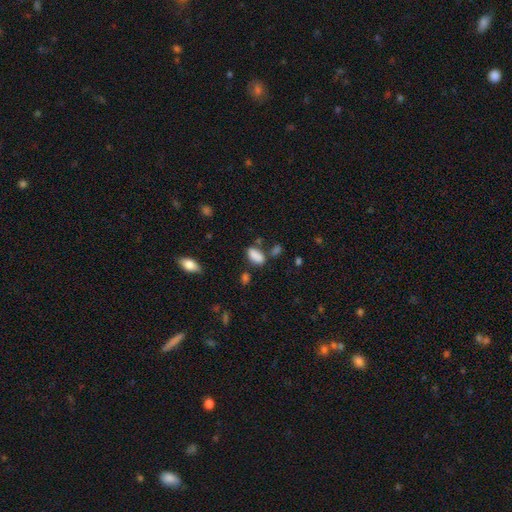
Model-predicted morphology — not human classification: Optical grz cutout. It shows a smooth galaxy with no disk features (85%) that is in between round and cigar-shaped (90%). Merging: none (61%).